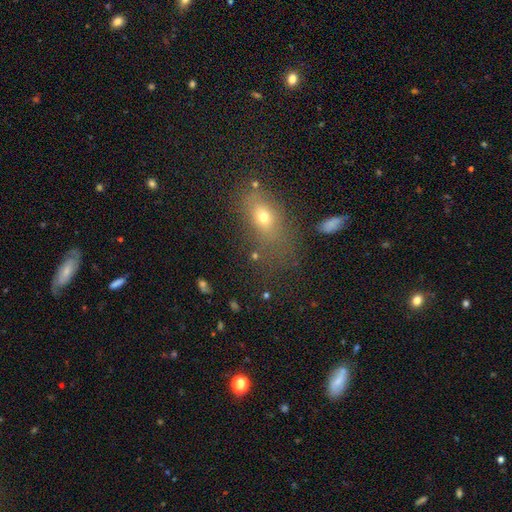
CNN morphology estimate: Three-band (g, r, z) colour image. It shows a smooth galaxy with no disk features (61%) that is in between round and cigar-shaped (69%). Merging: none (57%).